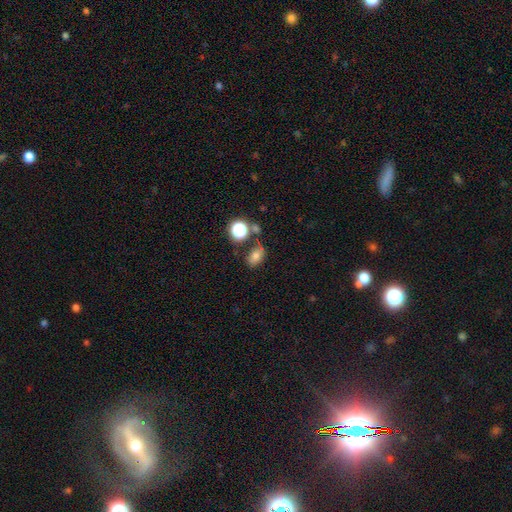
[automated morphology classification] type=smooth (70%); roundness=in between (74%); merging=none (62%).